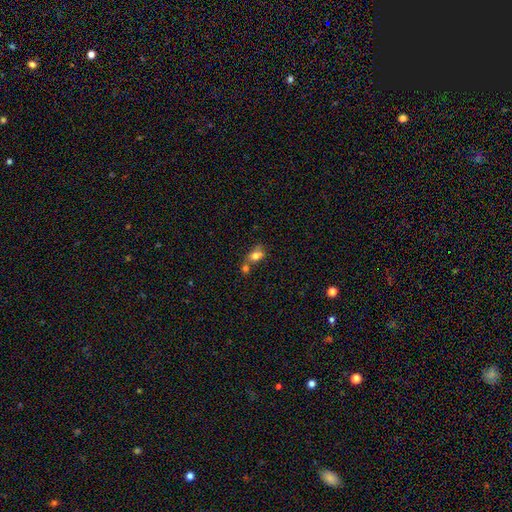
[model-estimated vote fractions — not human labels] smooth-or-featured: smooth: 74% | featured or disk: 15% | star or artifact: 11%
  how-rounded: in between: 73% | round: 24% | cigar-shaped: 4%
  merging: merger: 46% | none: 34% | minor disturbance: 13% | major disturbance: 6%